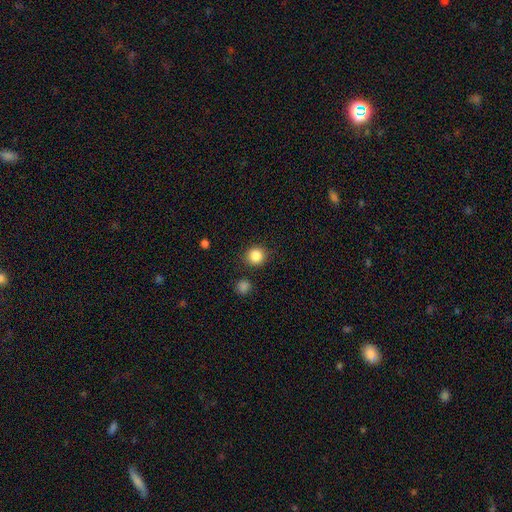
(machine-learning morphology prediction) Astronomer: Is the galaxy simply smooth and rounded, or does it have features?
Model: smooth — 86%.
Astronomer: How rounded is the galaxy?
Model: round — 90%.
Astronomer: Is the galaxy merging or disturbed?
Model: none — 86%.